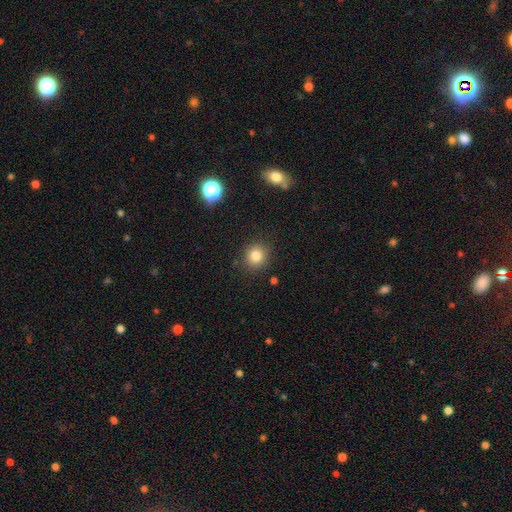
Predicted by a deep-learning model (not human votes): Morphology: type=smooth (81%); roundness=round (88%); merging=none (88%).